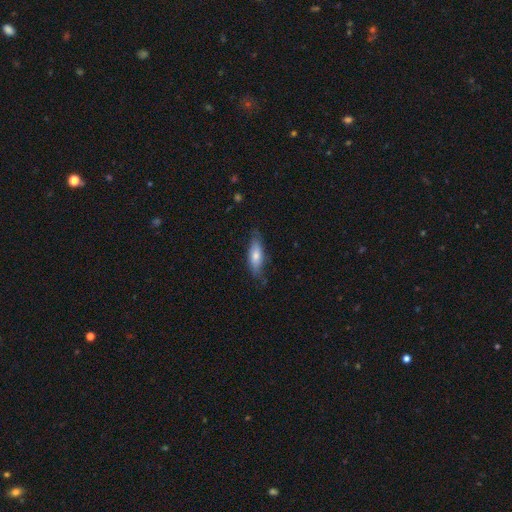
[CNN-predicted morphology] Overall: smooth (63%; featured or disk 30%). How rounded: cigar-shaped (49%, tied with in between). Merging: none (74%).